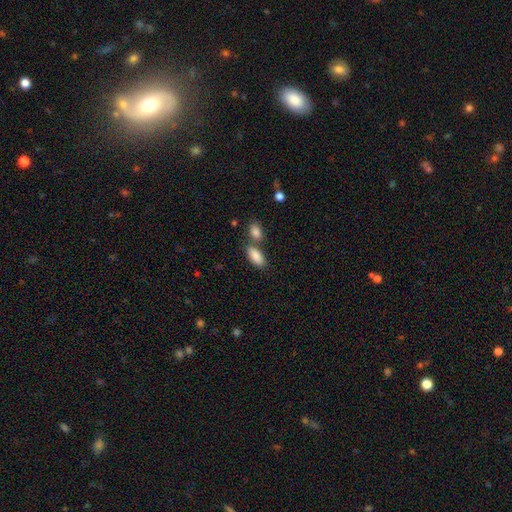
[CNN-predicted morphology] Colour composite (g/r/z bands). It shows a smooth galaxy with no disk features (88%) that is in between round and cigar-shaped (89%). Merging: none (57%).